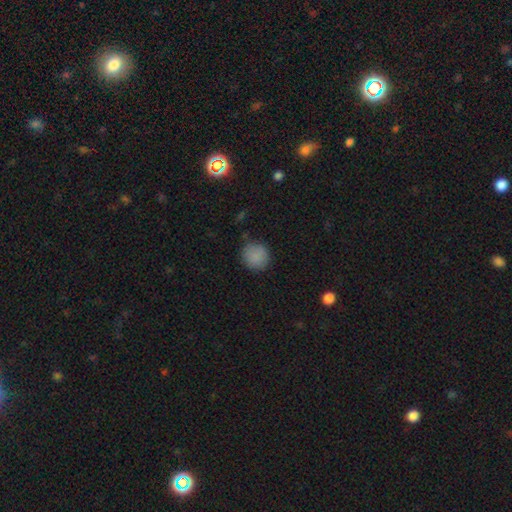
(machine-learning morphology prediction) Smooth or featured?
  - smooth: 87% *
  - star or artifact: 9%
  - featured or disk: 4%
How rounded?
  - round: 90% *
  - in between: 9%
  - cigar-shaped: 1%
Merging?
  - none: 85% *
  - minor disturbance: 11%
  - major disturbance: 3%
  - merger: 2%